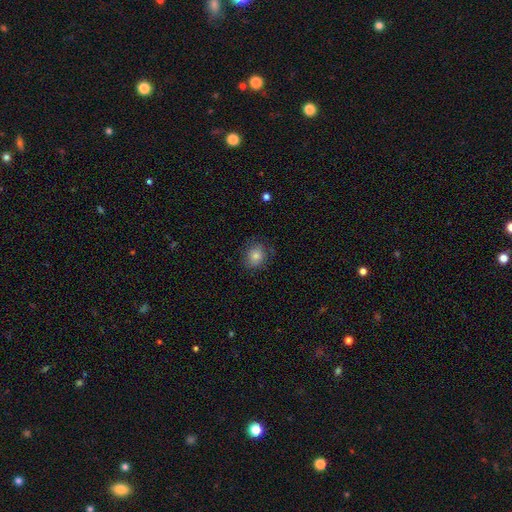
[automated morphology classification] Q: Smooth or featured?
A: smooth (75%); runner-up: featured or disk (13%)
Q: How rounded?
A: round (71%); runner-up: in between (28%)
Q: Merging?
A: none (78%); runner-up: minor disturbance (16%)